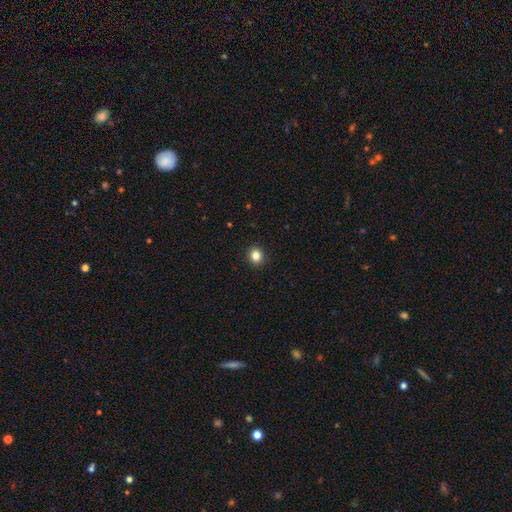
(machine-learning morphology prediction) This is clearly a smooth galaxy (84%). How rounded: clearly round (82%). Merging: clearly none (92%).